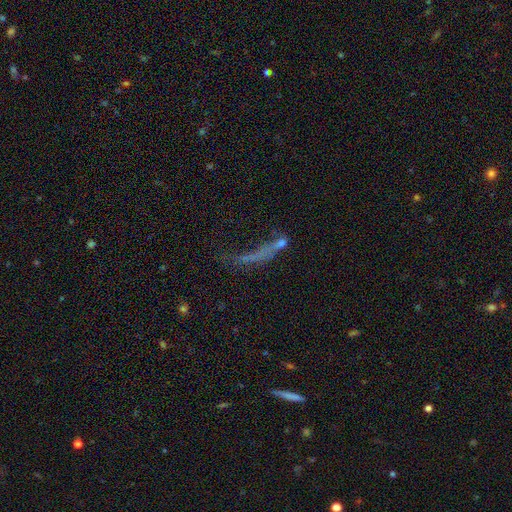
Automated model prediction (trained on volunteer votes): A smooth galaxy with no disk features (39%).

Vote fractions:
- Smooth or featured? smooth: 39% / featured or disk: 34% / star or artifact: 28%
- Merging? major disturbance: 34% / none: 33% / merger: 20% / minor disturbance: 13%